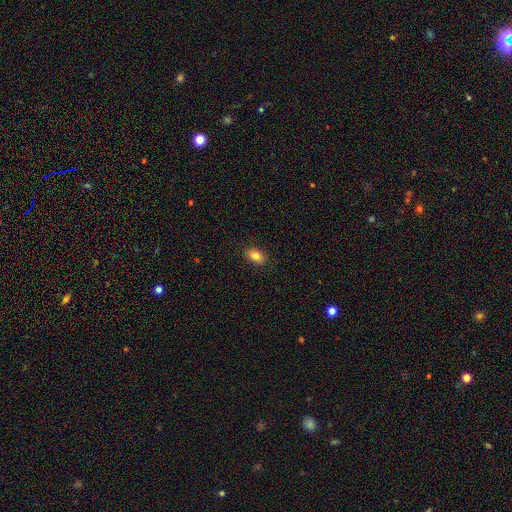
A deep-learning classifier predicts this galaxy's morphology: A smooth galaxy with no disk features (84%) that is in between round and cigar-shaped (89%).

Vote fractions:
- Smooth or featured? smooth: 84% / star or artifact: 8% / featured or disk: 8%
- How rounded? in between: 89% / round: 9% / cigar-shaped: 2%
- Merging? none: 89% / minor disturbance: 8% / major disturbance: 2% / merger: 1%